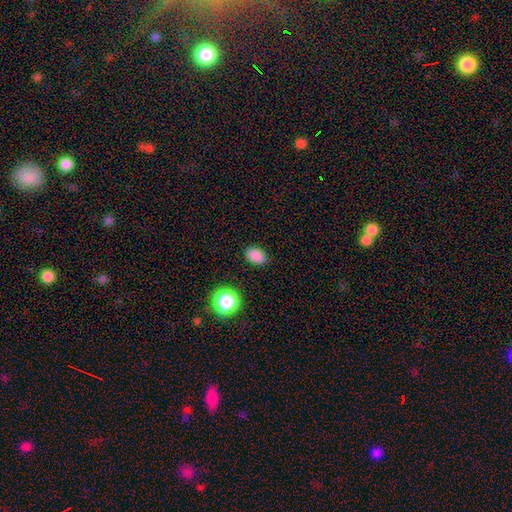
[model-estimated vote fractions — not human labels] This appears to be a smooth galaxy with no disk features (85%) that is in between round and cigar-shaped (73%). Merging: none (87%).